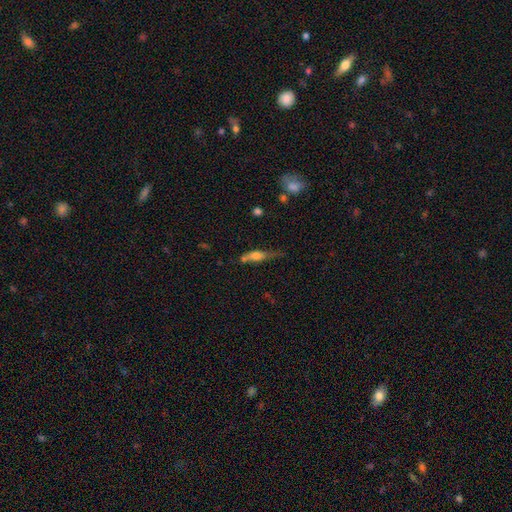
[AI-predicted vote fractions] The model was most divided on "smooth or featured": smooth: 51%, featured or disk: 40%, star or artifact: 9%. Remaining: how rounded — cigar-shaped (64%); merging — none (42%).